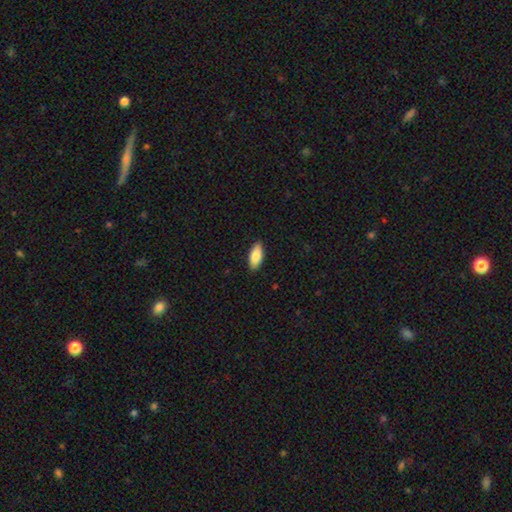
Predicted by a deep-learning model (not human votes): A smooth galaxy with no disk features (85%) that is in between round and cigar-shaped (88%).

Vote fractions:
- Smooth or featured? smooth: 85% / featured or disk: 9% / star or artifact: 6%
- How rounded? in between: 88% / cigar-shaped: 10% / round: 2%
- Merging? none: 90% / minor disturbance: 8% / major disturbance: 2% / merger: 1%